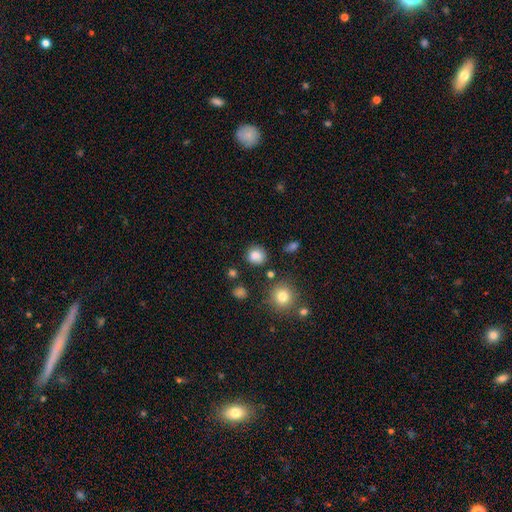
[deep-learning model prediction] Smooth or featured: smooth — 82% (star or artifact — 13%)
How rounded: round — 85% (in between — 14%)
Merging: none — 80% (minor disturbance — 12%)